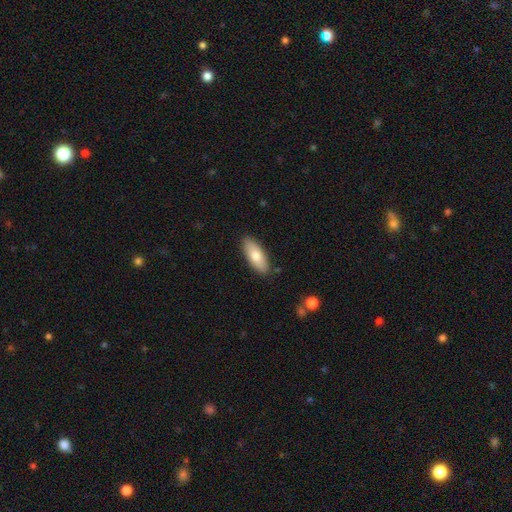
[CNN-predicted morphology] Smooth or featured?
  - smooth: 74% *
  - featured or disk: 20%
  - star or artifact: 6%
How rounded?
  - in between: 78% *
  - cigar-shaped: 20%
  - round: 2%
Merging?
  - none: 87% *
  - minor disturbance: 9%
  - major disturbance: 2%
  - merger: 1%